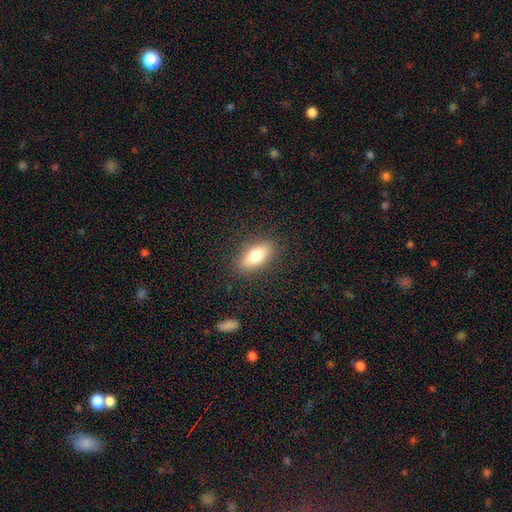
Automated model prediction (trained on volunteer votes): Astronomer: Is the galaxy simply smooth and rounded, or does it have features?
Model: smooth — 76%.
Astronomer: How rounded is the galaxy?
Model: in between — 78%.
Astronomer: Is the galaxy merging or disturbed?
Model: none — 86%.